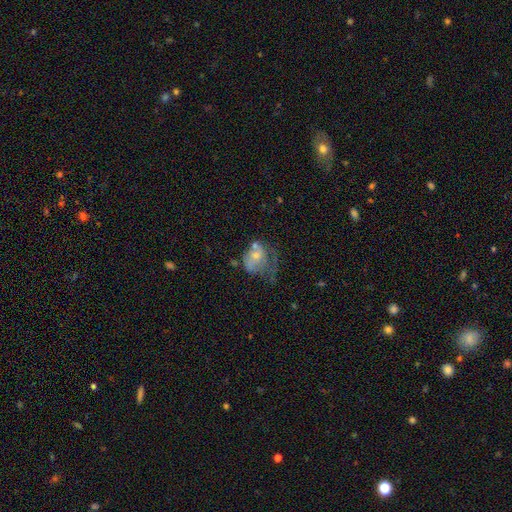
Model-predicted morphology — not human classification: This is possibly a smooth galaxy (46%). Merging: possibly major disturbance (45%).